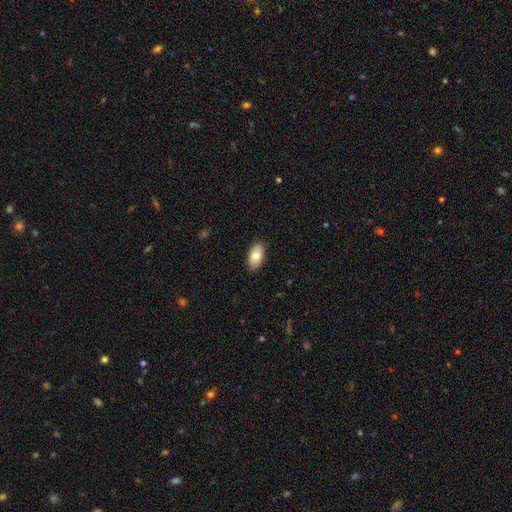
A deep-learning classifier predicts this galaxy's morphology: Smooth or featured?
  - smooth: 81% *
  - featured or disk: 13%
  - star or artifact: 6%
How rounded?
  - in between: 94% *
  - round: 4%
  - cigar-shaped: 2%
Merging?
  - none: 88% *
  - minor disturbance: 10%
  - major disturbance: 2%
  - merger: 1%